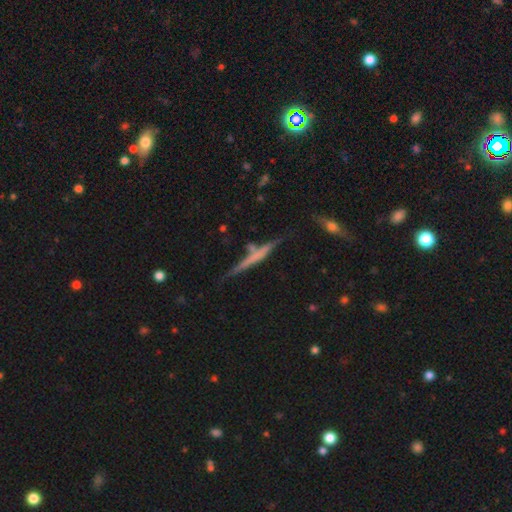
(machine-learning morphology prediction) Smooth or featured?
  - featured or disk: 56% *
  - smooth: 38%
  - star or artifact: 7%
Edge-on disk?
  - yes: 96% *
  - no: 4%
Edge-on bulge?
  - none: 71% *
  - rounded: 18%
  - boxy: 10%
Merging?
  - none: 75% *
  - minor disturbance: 14%
  - merger: 8%
  - major disturbance: 3%